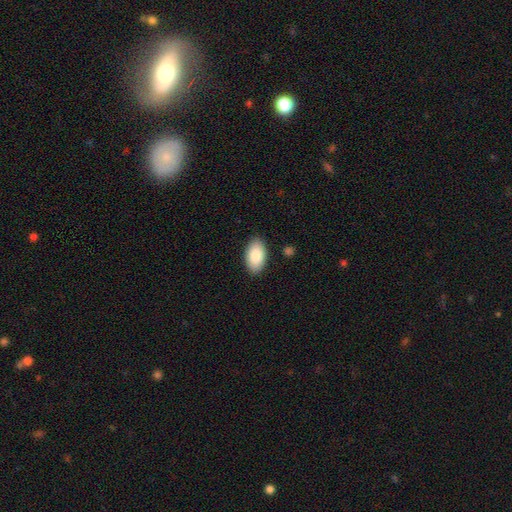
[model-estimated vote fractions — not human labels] Smooth or featured? Predicted: smooth (p=0.87). How rounded? Predicted: in between (p=0.95). Merging? Predicted: none (p=0.88).